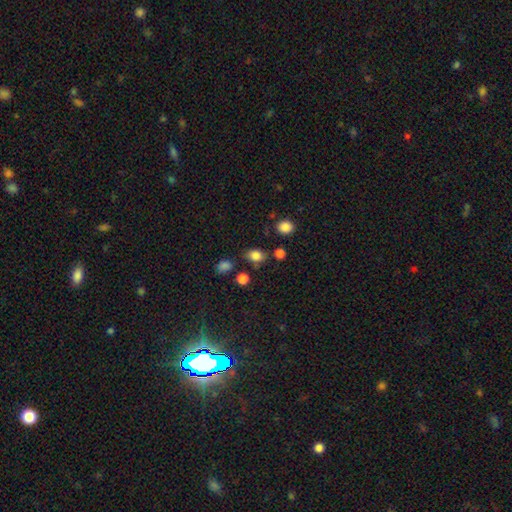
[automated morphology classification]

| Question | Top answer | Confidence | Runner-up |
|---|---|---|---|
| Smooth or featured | smooth | 82% | star or artifact (12%) |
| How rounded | in between | 63% | round (35%) |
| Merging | none | 74% | minor disturbance (15%) |